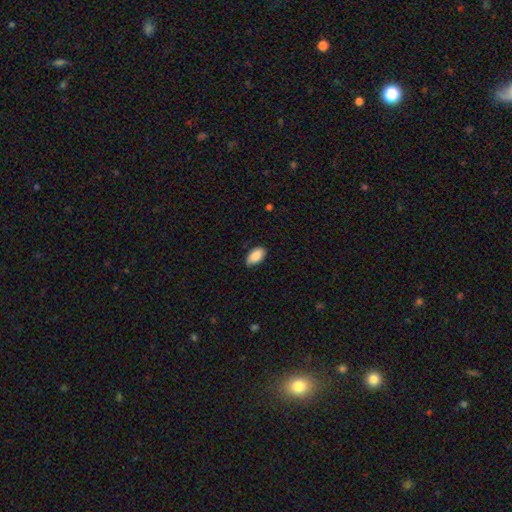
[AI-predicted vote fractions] This is clearly a smooth galaxy (89%). How rounded: clearly in between (94%). Merging: likely none (78%).